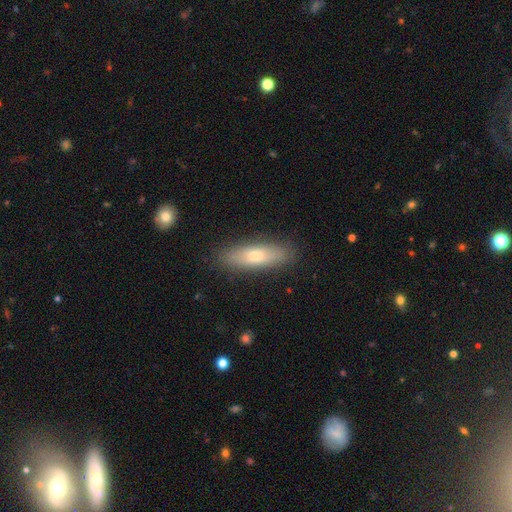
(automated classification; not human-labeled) This is likely a smooth galaxy (67%). How rounded: likely cigar-shaped (62%). Merging: clearly none (86%).